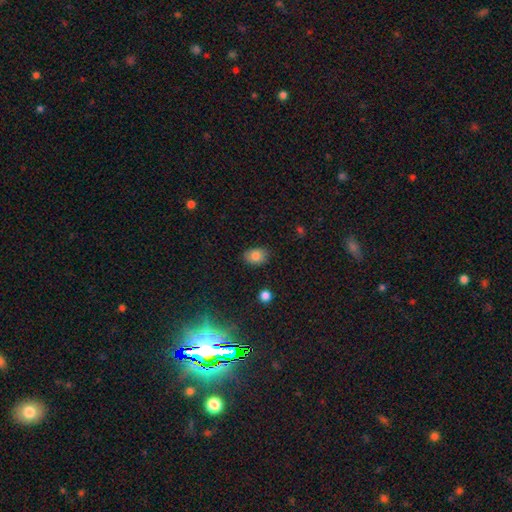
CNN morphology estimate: Overall: smooth (83%). How rounded: in between (73%). Merging: none (85%).